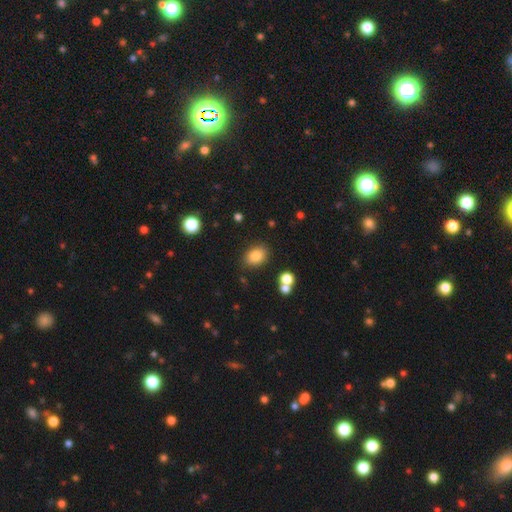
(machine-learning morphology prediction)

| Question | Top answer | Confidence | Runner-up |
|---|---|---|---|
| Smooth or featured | smooth | 83% | star or artifact (10%) |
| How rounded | in between | 75% | round (24%) |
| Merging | none | 81% | minor disturbance (11%) |